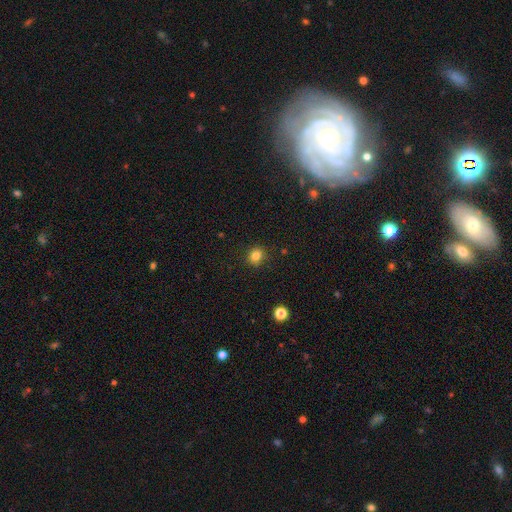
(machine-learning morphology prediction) smooth-or-featured: smooth: 82% | star or artifact: 12% | featured or disk: 5%
  how-rounded: round: 79% | in between: 20% | cigar-shaped: 1%
  merging: none: 87% | minor disturbance: 9% | major disturbance: 2% | merger: 1%